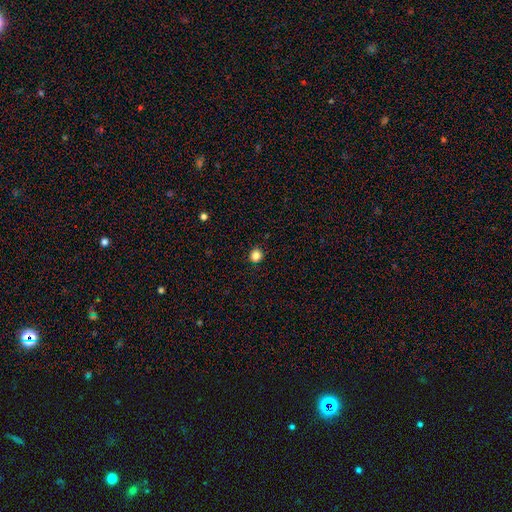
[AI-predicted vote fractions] smooth 85%, star or artifact 12%, featured or disk 4%. Down the decision tree: how rounded — round (88%); merging — none (92%).